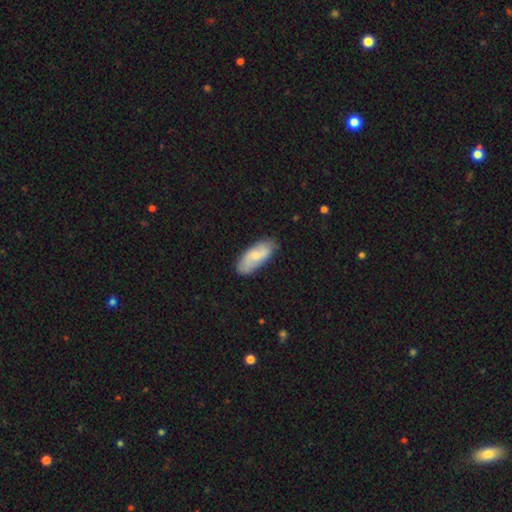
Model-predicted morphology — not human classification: A smooth galaxy with no disk features (63%) that is in between round and cigar-shaped (83%). Merging: none (77%).